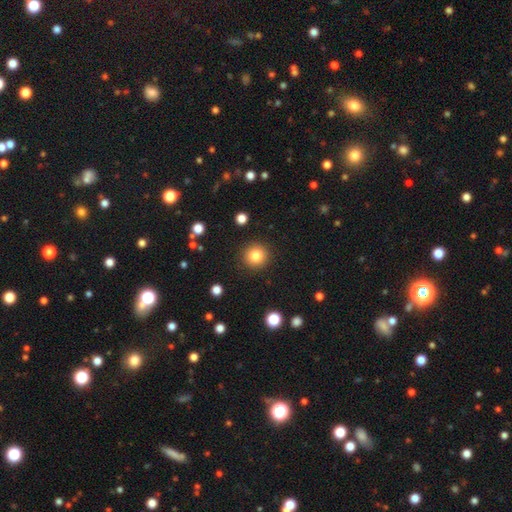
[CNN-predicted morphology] smooth-or-featured: smooth: 82% | star or artifact: 11% | featured or disk: 6%
  how-rounded: round: 94% | in between: 5% | cigar-shaped: 1%
  merging: none: 91% | minor disturbance: 6% | major disturbance: 2% | merger: 1%